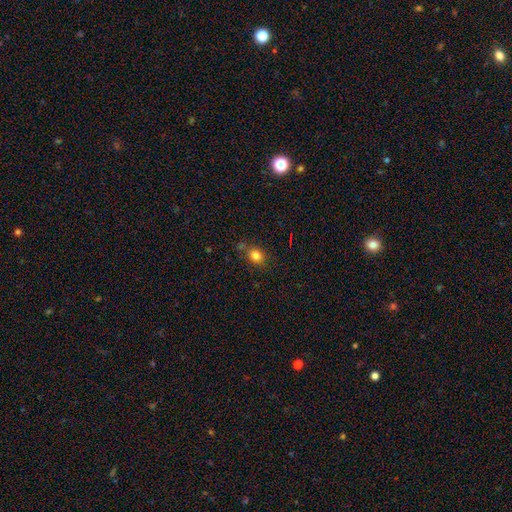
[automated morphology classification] The model was most divided on "how rounded": round: 53%, in between: 46%, cigar-shaped: 1%. More confident: smooth or featured — smooth (81%); merging — none (67%).